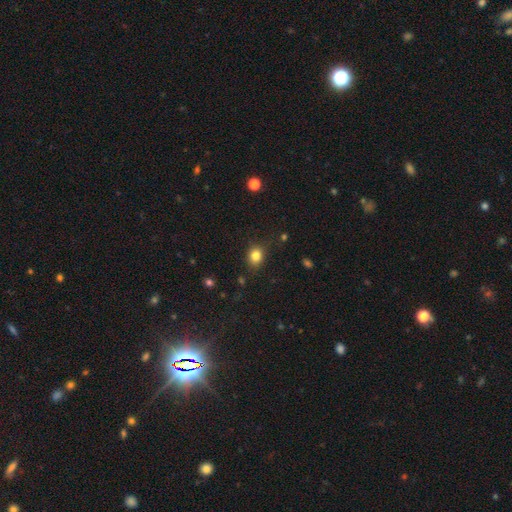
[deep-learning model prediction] Morphology: type=smooth (83%); roundness=round (56%); merging=none (82%).